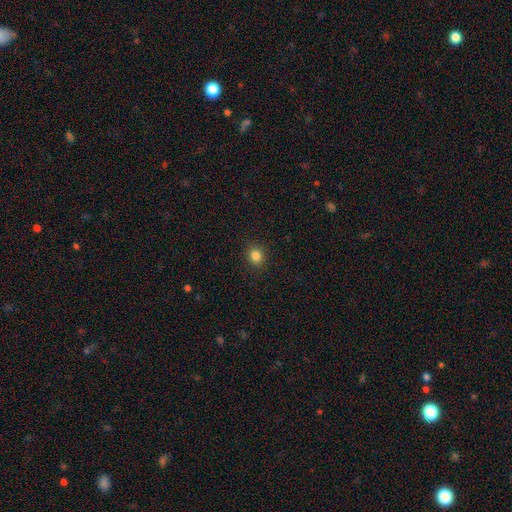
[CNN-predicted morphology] This is clearly a smooth galaxy (84%). How rounded: likely round (76%). Merging: clearly none (91%).